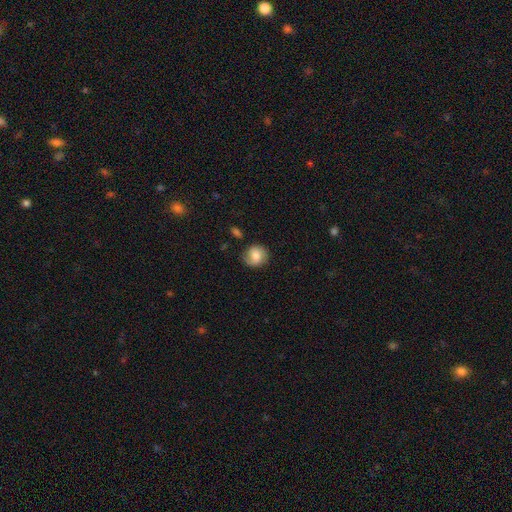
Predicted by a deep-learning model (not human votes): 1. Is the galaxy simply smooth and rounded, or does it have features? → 71% smooth, 21% featured or disk, 8% star or artifact.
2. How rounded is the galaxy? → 82% round, 17% in between, 1% cigar-shaped.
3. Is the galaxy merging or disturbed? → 74% none, 18% minor disturbance, 5% major disturbance, 2% merger.